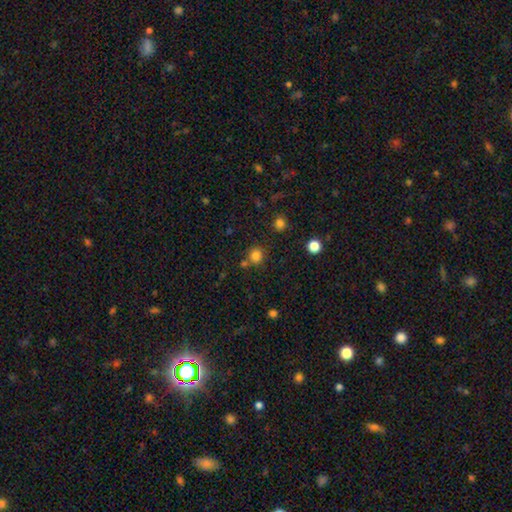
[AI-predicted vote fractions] Smooth or featured?
  - smooth: 81% *
  - star or artifact: 14%
  - featured or disk: 5%
How rounded?
  - round: 87% *
  - in between: 12%
  - cigar-shaped: 1%
Merging?
  - none: 72% *
  - merger: 14%
  - minor disturbance: 10%
  - major disturbance: 3%